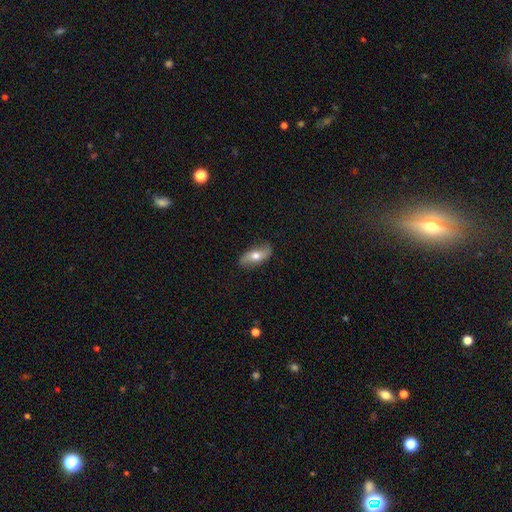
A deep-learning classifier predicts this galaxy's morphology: Smooth or featured: smooth — 53% (featured or disk — 41%)
How rounded: in between — 76% (cigar-shaped — 20%)
Merging: none — 82% (minor disturbance — 14%)